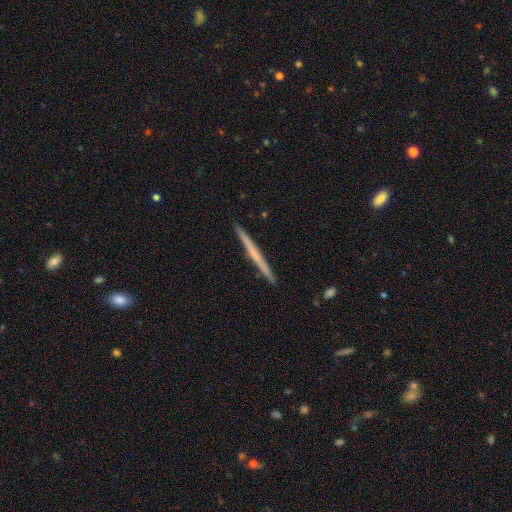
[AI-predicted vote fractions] A featured or disk galaxy (52%) viewed edge-on (98%) with no central bulge (84%).

Vote fractions:
- Smooth or featured? featured or disk: 52% / smooth: 43% / star or artifact: 5%
- Edge-on disk? yes: 98% / no: 2%
- Edge-on bulge? none: 84% / rounded: 11% / boxy: 4%
- Merging? none: 93% / minor disturbance: 5% / major disturbance: 1% / merger: 1%